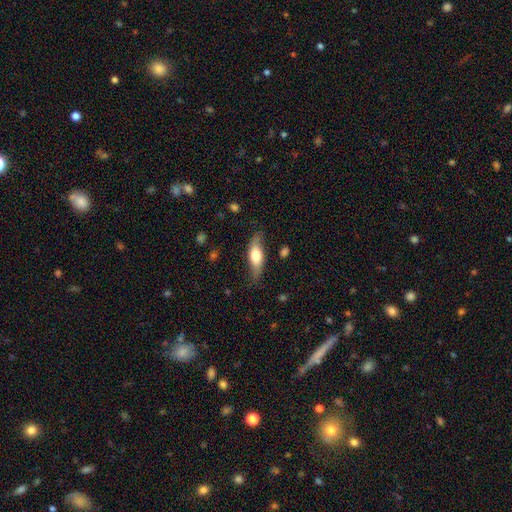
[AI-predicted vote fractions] The model was most divided on "smooth or featured": smooth: 53%, featured or disk: 41%, star or artifact: 6%. More confident: merging — none (71%); how rounded — in between (62%).